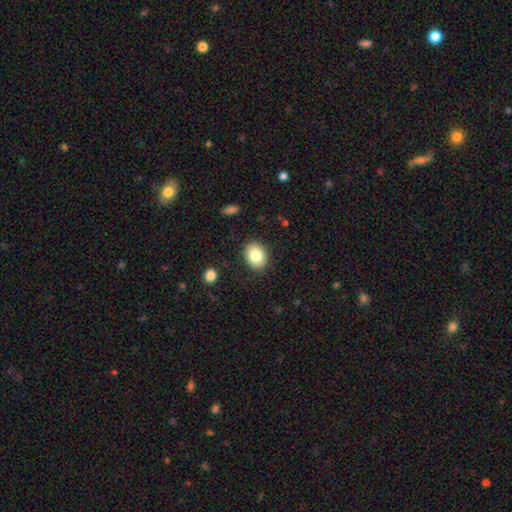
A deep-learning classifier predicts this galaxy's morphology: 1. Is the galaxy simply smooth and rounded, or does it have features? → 82% smooth, 10% featured or disk, 8% star or artifact.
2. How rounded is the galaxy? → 61% in between, 39% round, 1% cigar-shaped.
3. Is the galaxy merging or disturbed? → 88% none, 9% minor disturbance, 2% major disturbance, 1% merger.